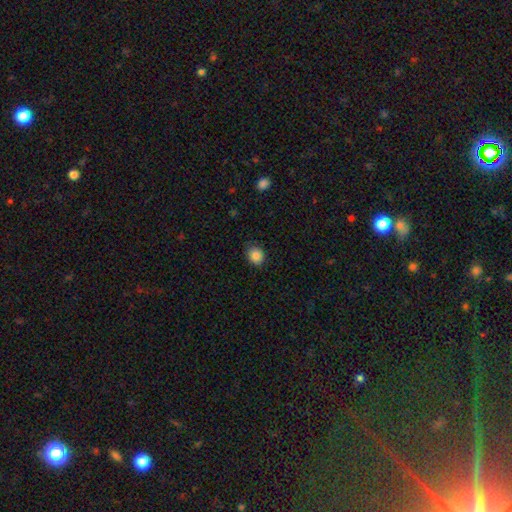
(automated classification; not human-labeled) This is clearly a smooth galaxy (87%). How rounded: likely round (67%). Merging: clearly none (81%).